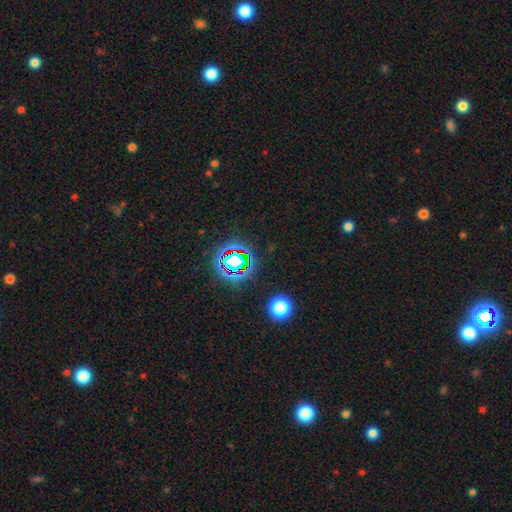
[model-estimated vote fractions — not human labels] star or artifact 76%, smooth 16%, featured or disk 8%.